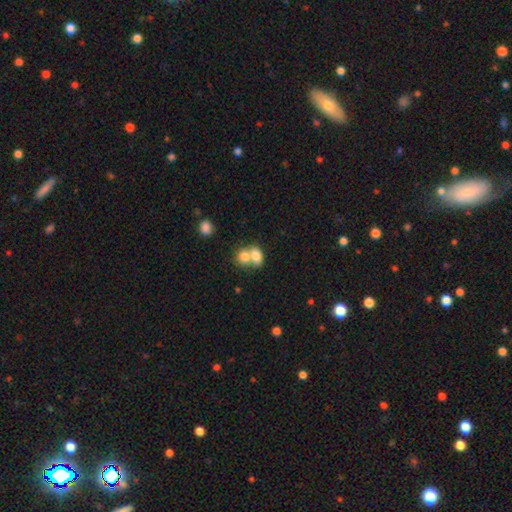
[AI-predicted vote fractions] Morphology: type=smooth (78%); roundness=in between (74%); merging=merger (65%).